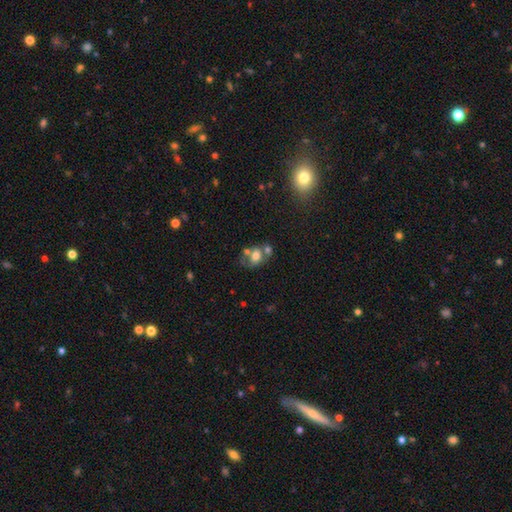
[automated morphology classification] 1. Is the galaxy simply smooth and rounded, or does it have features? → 54% smooth, 34% featured or disk, 11% star or artifact.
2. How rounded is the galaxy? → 72% in between, 27% round, 2% cigar-shaped.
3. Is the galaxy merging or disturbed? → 46% merger, 29% none, 15% minor disturbance, 10% major disturbance.